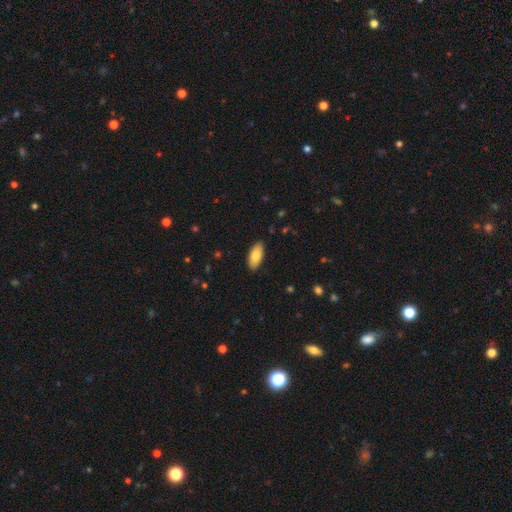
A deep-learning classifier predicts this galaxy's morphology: smooth_or_featured: smooth (p=0.81) [alt: featured or disk p=0.13]
how_rounded: in between (p=0.87) [alt: cigar-shaped p=0.11]
merging: none (p=0.88) [alt: minor disturbance p=0.09]